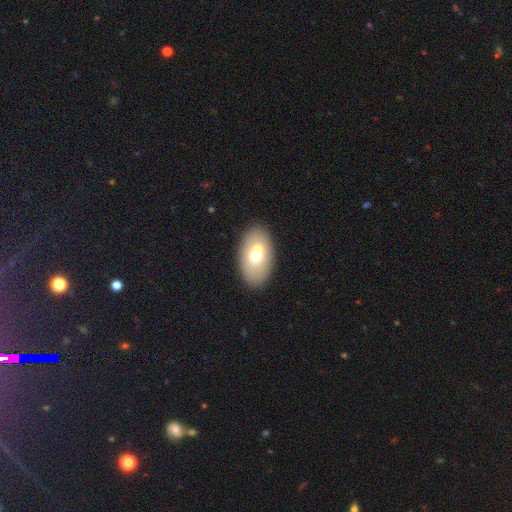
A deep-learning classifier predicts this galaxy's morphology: This is likely a smooth galaxy (62%). How rounded: clearly in between (89%). Merging: likely none (62%).